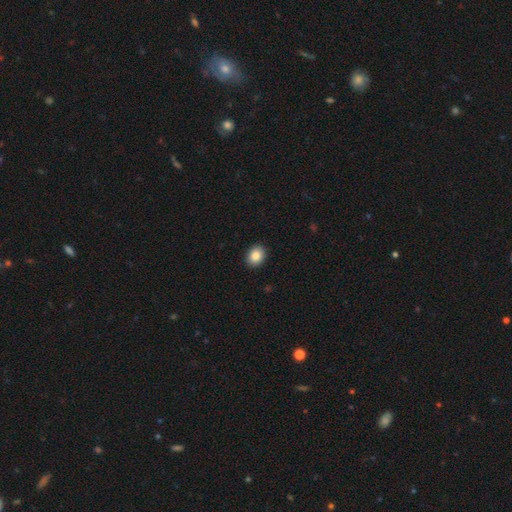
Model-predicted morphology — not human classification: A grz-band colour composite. It shows a smooth galaxy with no disk features (87%) that is in between round and cigar-shaped (54%). Merging: none (91%).